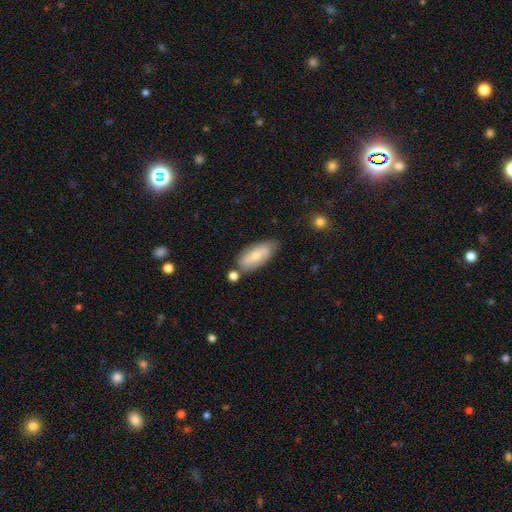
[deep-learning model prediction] smooth-or-featured: smooth: 60% | featured or disk: 34% | star or artifact: 6%
  how-rounded: in between: 84% | cigar-shaped: 13% | round: 3%
  merging: none: 66% | minor disturbance: 21% | merger: 9% | major disturbance: 4%